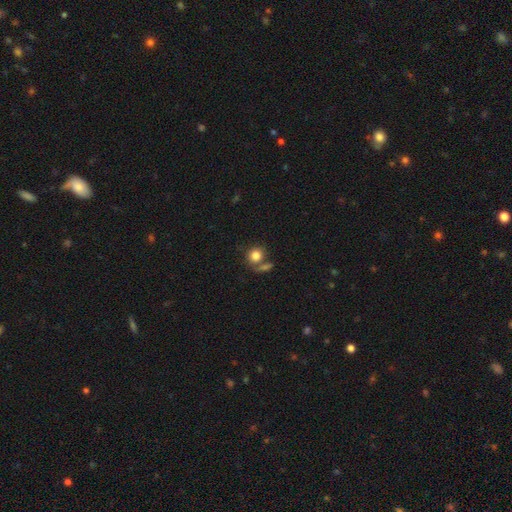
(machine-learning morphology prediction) Overall: smooth (82%). How rounded: round (79%). Merging: none (52%; merger 28%).